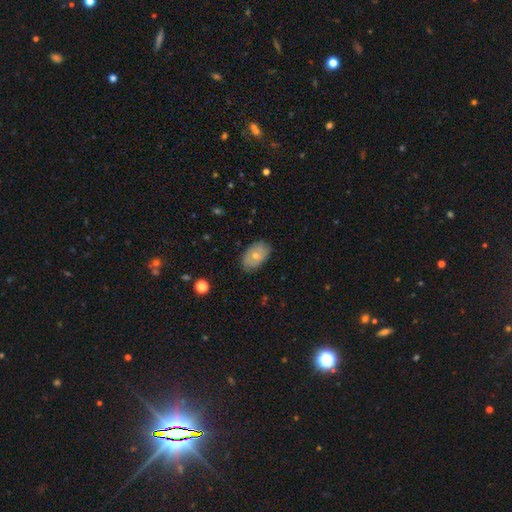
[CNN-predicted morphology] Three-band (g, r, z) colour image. It shows a smooth galaxy with no disk features (50%) that is in between round and cigar-shaped (88%). Merging: none (79%).